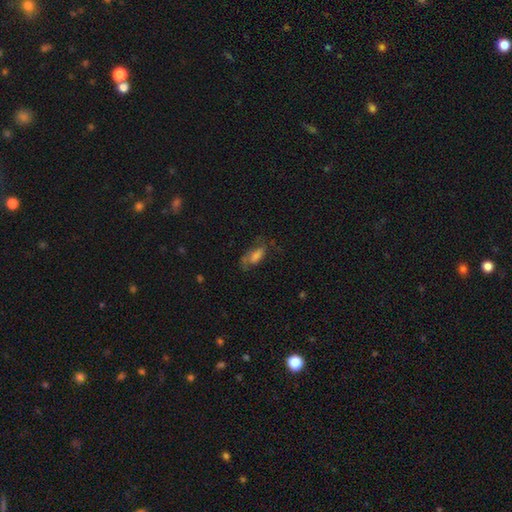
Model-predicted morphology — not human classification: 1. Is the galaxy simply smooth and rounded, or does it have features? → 50% smooth, 36% featured or disk, 14% star or artifact.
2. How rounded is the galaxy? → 82% in between, 13% cigar-shaped, 5% round.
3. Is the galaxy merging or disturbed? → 48% none, 26% major disturbance, 24% minor disturbance, 2% merger.